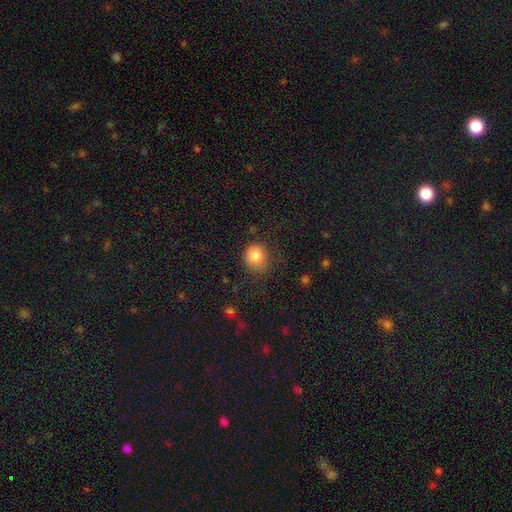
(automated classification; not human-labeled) This is clearly a smooth galaxy (82%). How rounded: likely round (74%). Merging: likely none (64%).